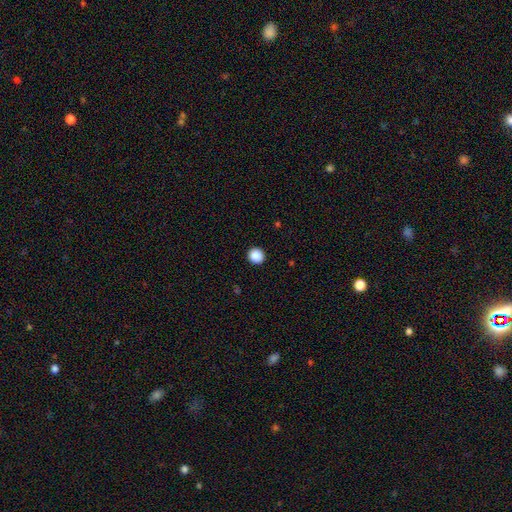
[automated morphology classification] smooth-or-featured: smooth: 89% | star or artifact: 9% | featured or disk: 2%
  how-rounded: round: 92% | in between: 7% | cigar-shaped: 1%
  merging: none: 93% | minor disturbance: 5% | major disturbance: 2% | merger: 1%